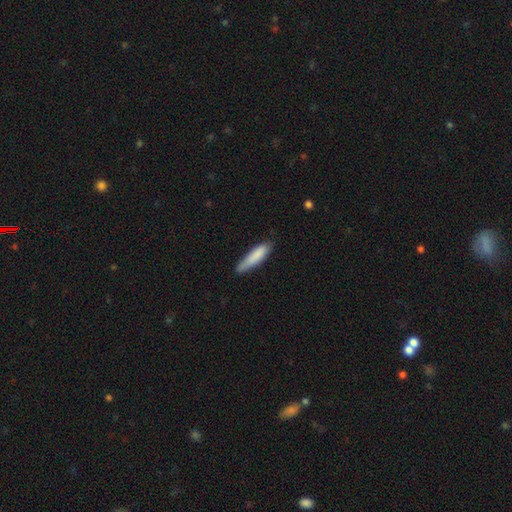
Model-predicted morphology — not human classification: This is clearly a smooth galaxy (84%). How rounded: likely cigar-shaped (78%). Merging: likely none (71%).